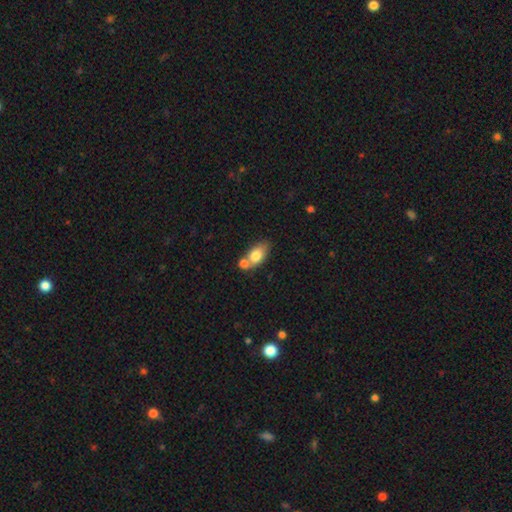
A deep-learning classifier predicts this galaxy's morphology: Smooth or featured?
  - smooth: 76% *
  - featured or disk: 16%
  - star or artifact: 8%
How rounded?
  - in between: 83% *
  - round: 12%
  - cigar-shaped: 5%
Merging?
  - none: 45% *
  - merger: 38%
  - minor disturbance: 13%
  - major disturbance: 4%